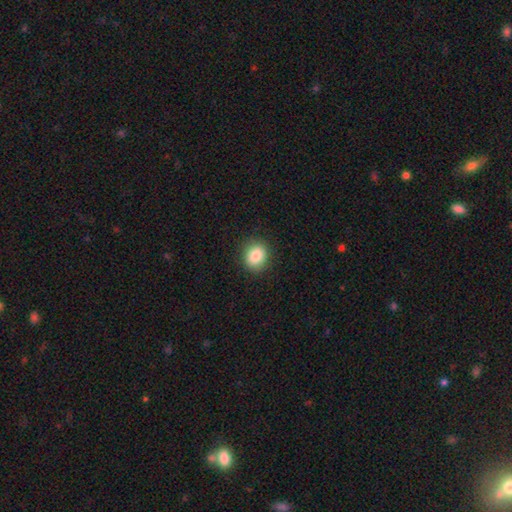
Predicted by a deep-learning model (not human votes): Smooth or featured: smooth — 85% (star or artifact — 9%)
How rounded: round — 67% (in between — 32%)
Merging: none — 90% (minor disturbance — 7%)